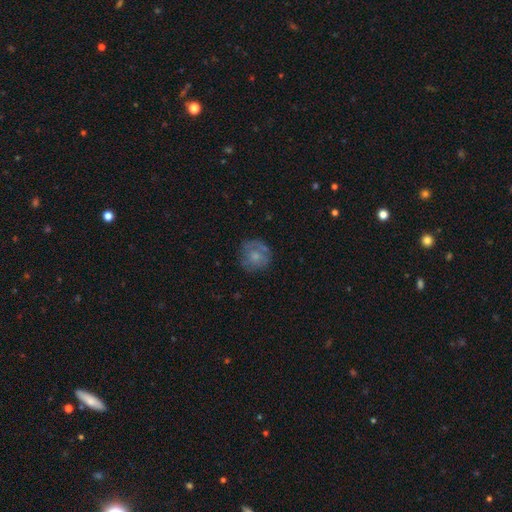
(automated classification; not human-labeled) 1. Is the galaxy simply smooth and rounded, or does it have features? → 57% smooth, 34% featured or disk, 9% star or artifact.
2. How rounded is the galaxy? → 86% round, 13% in between, 1% cigar-shaped.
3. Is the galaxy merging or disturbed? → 66% none, 21% minor disturbance, 10% major disturbance, 3% merger.